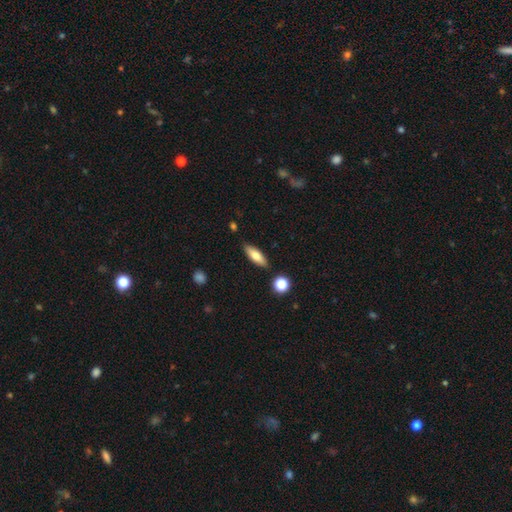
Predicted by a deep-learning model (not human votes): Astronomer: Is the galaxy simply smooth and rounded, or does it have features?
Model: smooth — 72%.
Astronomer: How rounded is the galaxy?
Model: in between — 60% (runner-up: cigar-shaped, 37%).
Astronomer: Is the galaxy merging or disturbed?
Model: none — 85%.